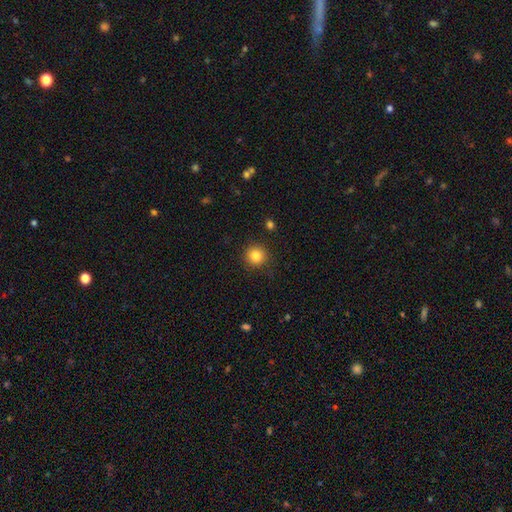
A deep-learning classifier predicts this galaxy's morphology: smooth-or-featured: smooth: 85% | star or artifact: 11% | featured or disk: 5%
  how-rounded: round: 93% | in between: 6% | cigar-shaped: 1%
  merging: none: 88% | minor disturbance: 7% | major disturbance: 3% | merger: 1%